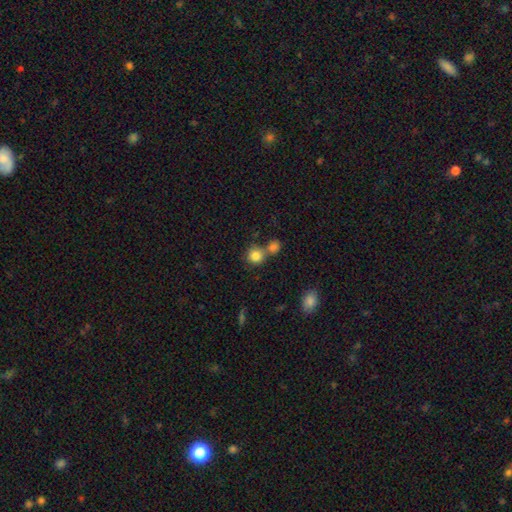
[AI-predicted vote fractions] A smooth galaxy with no disk features (83%) that is round (87%).

Vote fractions:
- Smooth or featured? smooth: 83% / star or artifact: 10% / featured or disk: 7%
- How rounded? round: 87% / in between: 12% / cigar-shaped: 1%
- Merging? none: 53% / merger: 35% / minor disturbance: 8% / major disturbance: 3%